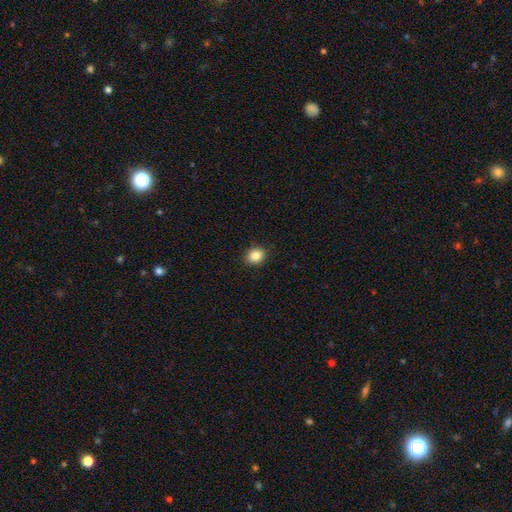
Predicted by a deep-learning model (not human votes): This is clearly a smooth galaxy (85%). How rounded: possibly round (55%). Merging: clearly none (89%).